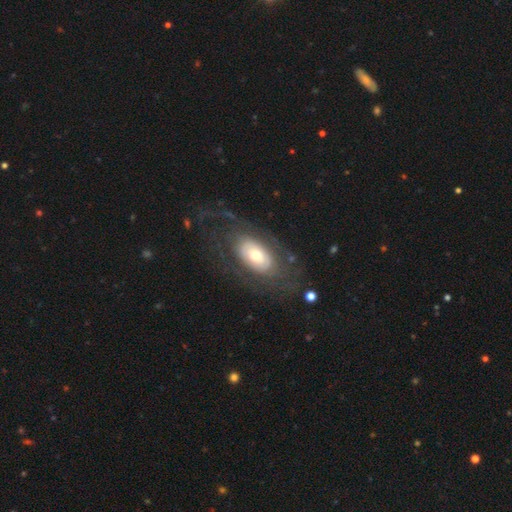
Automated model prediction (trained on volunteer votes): Smooth or featured? featured or disk (63%)
Edge-on disk? no (92%)
Bar? no (78%)
Spiral arms? yes (62%)
Bulge size? moderate (59%)
Merging? none (63%)